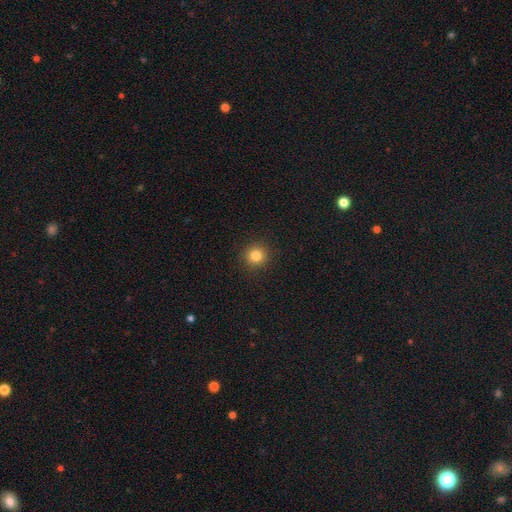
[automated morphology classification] This is clearly a smooth galaxy (82%). How rounded: clearly round (94%). Merging: clearly none (92%).